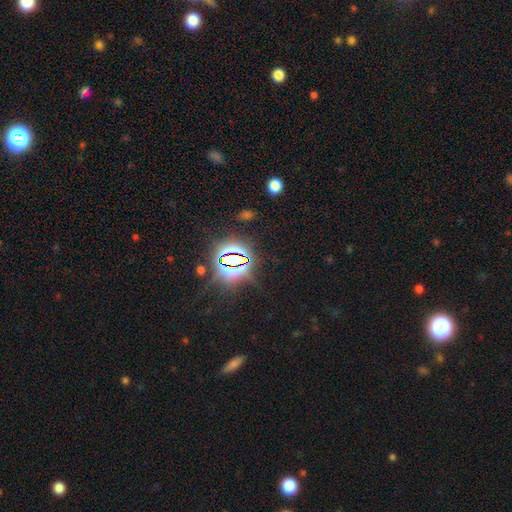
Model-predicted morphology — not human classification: Smooth or featured? Predicted: star or artifact (p=0.82).